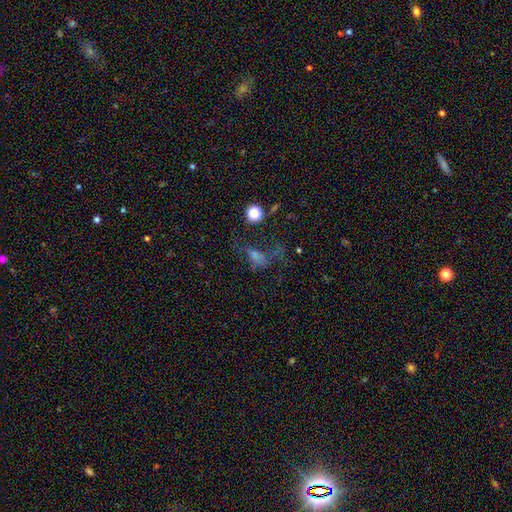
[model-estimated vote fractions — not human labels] Smooth or featured? Predicted: smooth (p=0.40). Merging? Predicted: none (p=0.38).